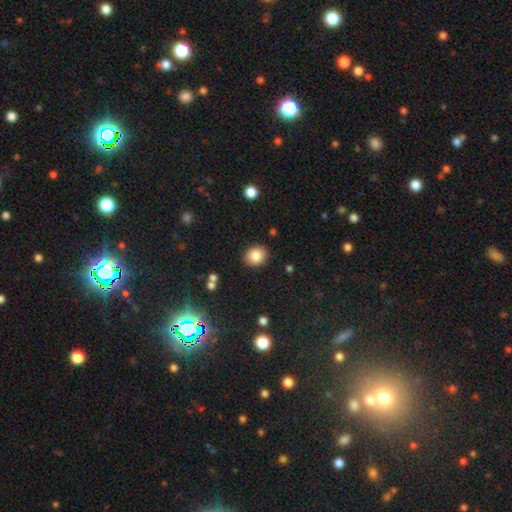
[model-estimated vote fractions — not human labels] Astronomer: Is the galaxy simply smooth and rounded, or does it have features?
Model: smooth — 84%.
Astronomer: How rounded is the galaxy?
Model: round — 59% (runner-up: in between, 40%).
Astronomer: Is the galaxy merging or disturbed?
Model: none — 87%.